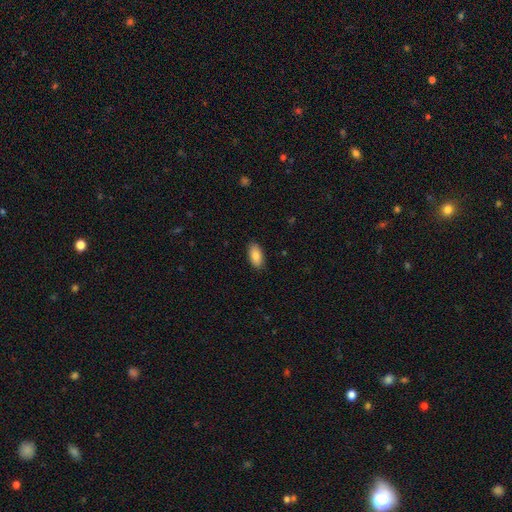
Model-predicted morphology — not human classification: A smooth galaxy with no disk features (87%) that is in between round and cigar-shaped (93%).

Vote fractions:
- Smooth or featured? smooth: 87% / star or artifact: 7% / featured or disk: 7%
- How rounded? in between: 93% / cigar-shaped: 5% / round: 2%
- Merging? none: 88% / minor disturbance: 9% / major disturbance: 2% / merger: 1%